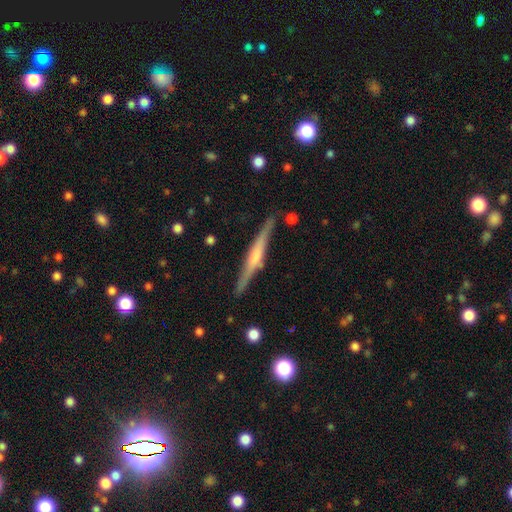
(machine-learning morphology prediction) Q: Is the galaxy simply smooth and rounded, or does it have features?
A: featured or disk — 70%.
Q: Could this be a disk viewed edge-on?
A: yes — 98%.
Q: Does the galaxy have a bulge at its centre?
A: rounded — 53%.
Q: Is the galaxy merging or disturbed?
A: none — 86%.